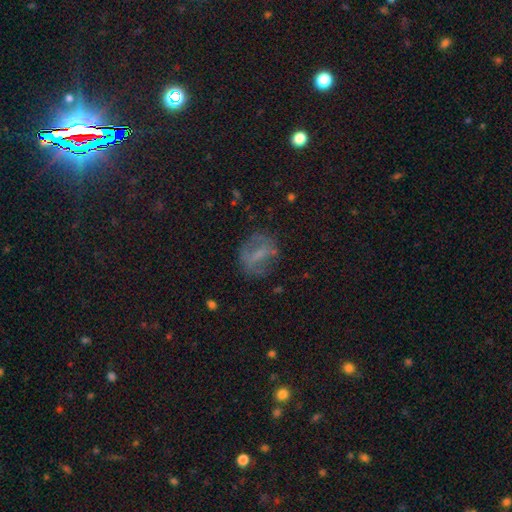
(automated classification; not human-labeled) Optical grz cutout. It shows a featured or disk galaxy (45%). Merging: none (64%).